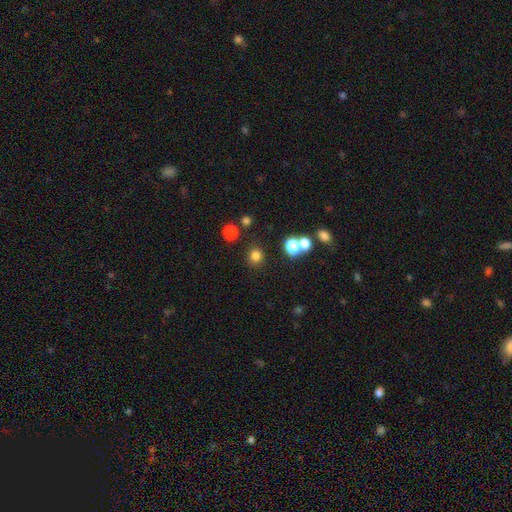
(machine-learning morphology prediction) Smooth or featured?
  - smooth: 78% *
  - star or artifact: 17%
  - featured or disk: 5%
How rounded?
  - round: 91% *
  - in between: 8%
  - cigar-shaped: 1%
Merging?
  - none: 86% *
  - minor disturbance: 6%
  - merger: 4%
  - major disturbance: 3%